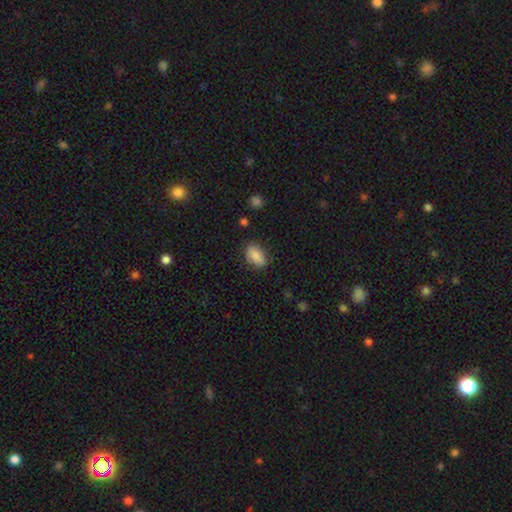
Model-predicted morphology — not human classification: smooth_or_featured: smooth (p=0.85) [alt: featured or disk p=0.07]
how_rounded: in between (p=0.90) [alt: round p=0.07]
merging: none (p=0.82) [alt: minor disturbance p=0.13]